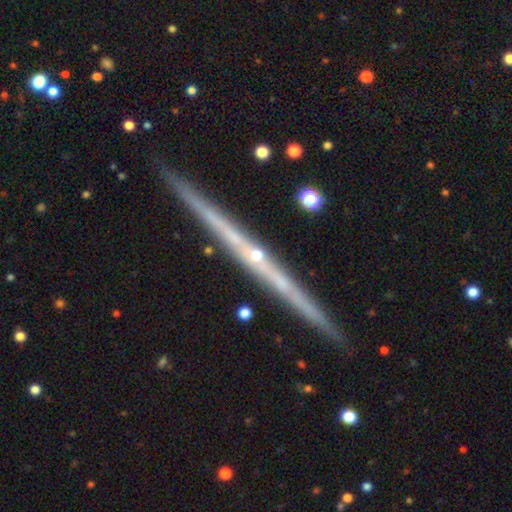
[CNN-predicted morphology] Q: Smooth or featured?
A: featured or disk (83%); runner-up: smooth (11%)
Q: Edge-on disk?
A: yes (98%); runner-up: no (2%)
Q: Edge-on bulge?
A: none (51%); runner-up: rounded (45%)
Q: Merging?
A: none (91%); runner-up: minor disturbance (6%)